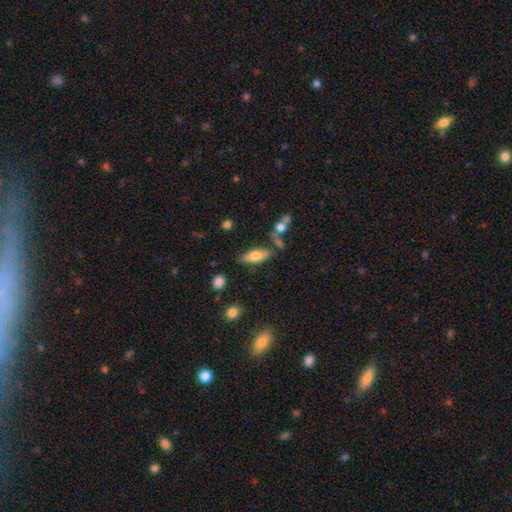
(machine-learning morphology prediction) smooth_or_featured: smooth (p=0.72) [alt: featured or disk p=0.21]
how_rounded: in between (p=0.76) [alt: cigar-shaped p=0.21]
merging: none (p=0.71) [alt: minor disturbance p=0.16]